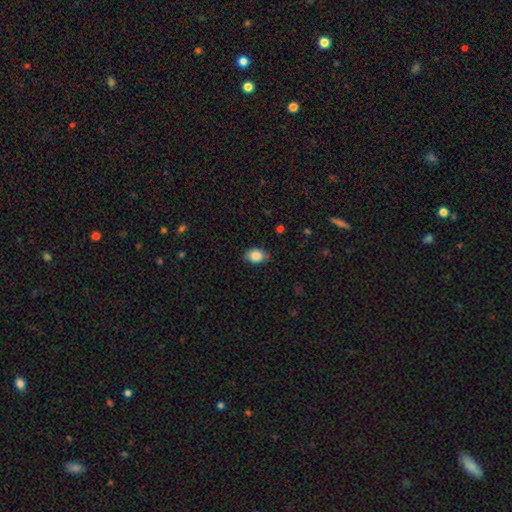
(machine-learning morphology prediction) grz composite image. It shows a smooth galaxy with no disk features (86%) that is in between round and cigar-shaped (71%). Merging: none (77%).